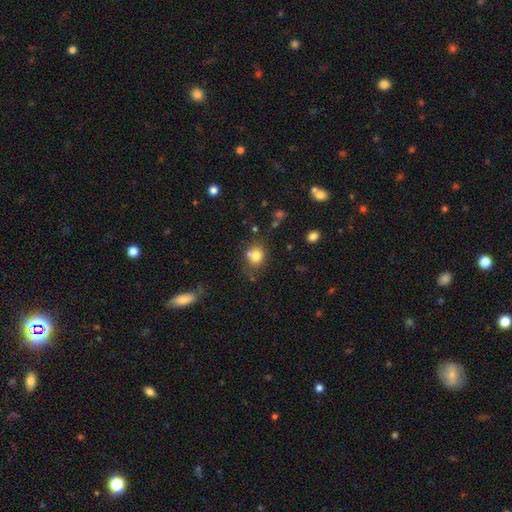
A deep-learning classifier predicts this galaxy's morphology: Overall: smooth (77%). How rounded: round (68%; in between 31%). Merging: none (56%; merger 25%).